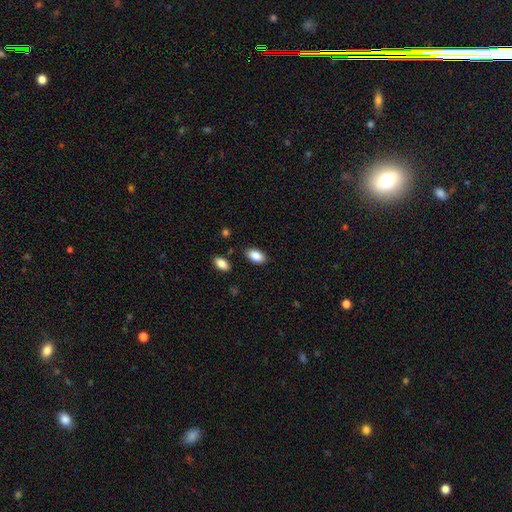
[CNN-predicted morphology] A smooth galaxy with no disk features (88%) that is in between round and cigar-shaped (93%).

Vote fractions:
- Smooth or featured? smooth: 88% / star or artifact: 7% / featured or disk: 5%
- How rounded? in between: 93% / round: 5% / cigar-shaped: 2%
- Merging? none: 85% / minor disturbance: 10% / major disturbance: 2% / merger: 2%